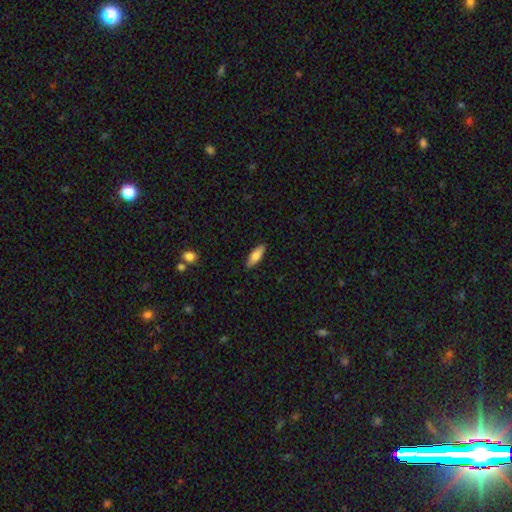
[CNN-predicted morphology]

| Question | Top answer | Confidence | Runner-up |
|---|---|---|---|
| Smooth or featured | smooth | 75% | featured or disk (19%) |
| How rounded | in between | 64% | cigar-shaped (34%) |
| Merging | none | 87% | minor disturbance (10%) |